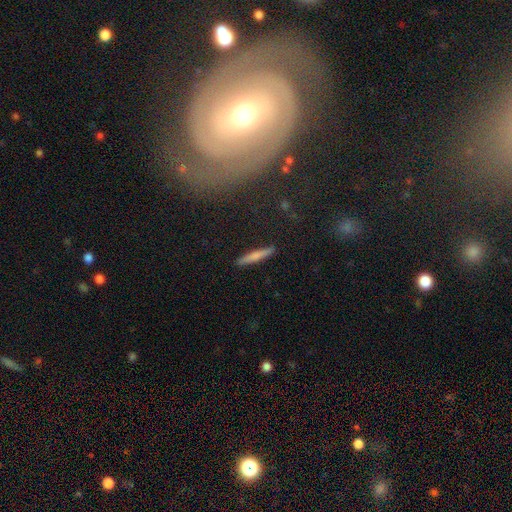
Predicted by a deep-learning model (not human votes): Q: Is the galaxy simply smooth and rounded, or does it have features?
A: smooth — 70%.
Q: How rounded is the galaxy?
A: cigar-shaped — 93%.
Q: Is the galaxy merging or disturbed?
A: none — 90%.